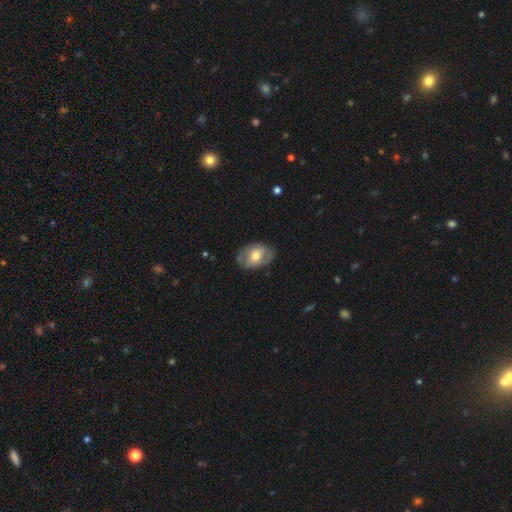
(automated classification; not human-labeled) Smooth or featured? Predicted: smooth (p=0.49). Merging? Predicted: none (p=0.73).